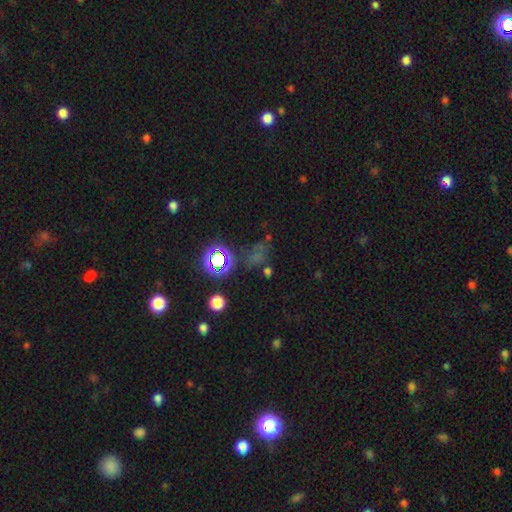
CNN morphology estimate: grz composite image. It shows a star or artifact, not a galaxy (60%).